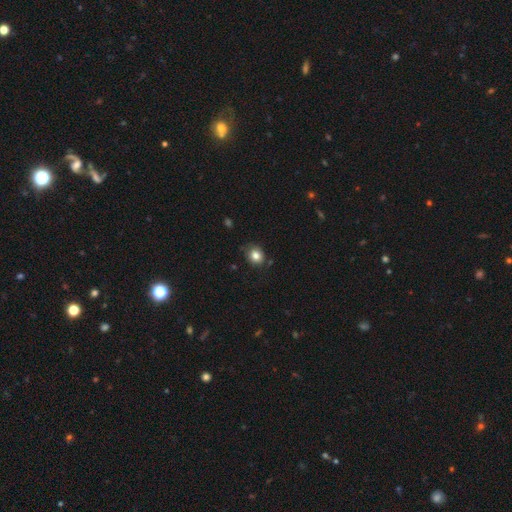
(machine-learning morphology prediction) type=smooth (82%); roundness=round (72%); merging=none (78%).